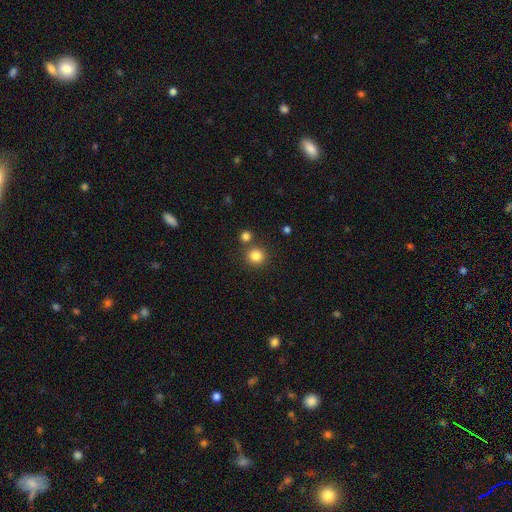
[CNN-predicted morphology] Smooth or featured: smooth — 83% (star or artifact — 12%)
How rounded: round — 92% (in between — 7%)
Merging: none — 78% (merger — 12%)